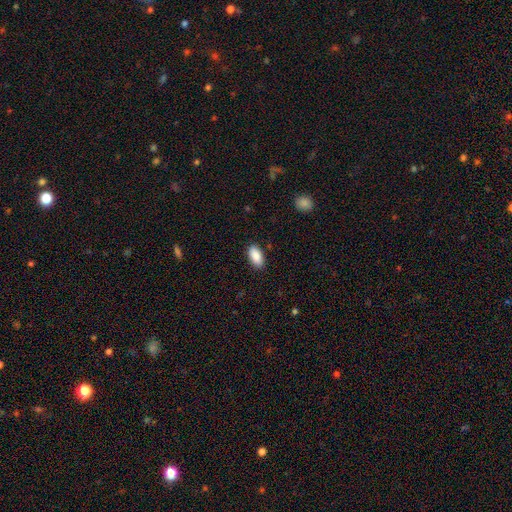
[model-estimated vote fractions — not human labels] smooth-or-featured: smooth: 89% | star or artifact: 7% | featured or disk: 5%
  how-rounded: in between: 92% | cigar-shaped: 6% | round: 3%
  merging: none: 88% | minor disturbance: 9% | major disturbance: 2% | merger: 1%